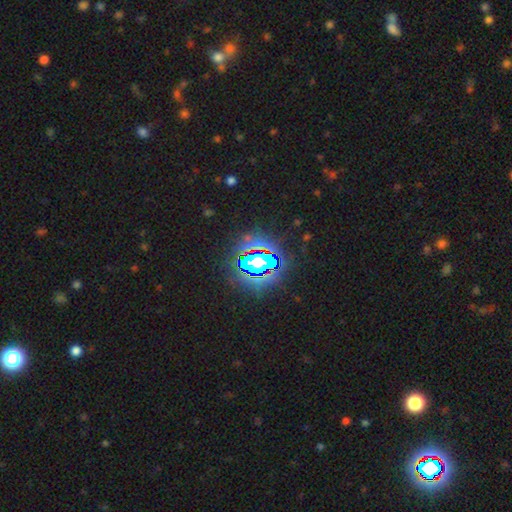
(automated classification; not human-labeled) smooth_or_featured: star or artifact (p=0.81) [alt: smooth p=0.12]